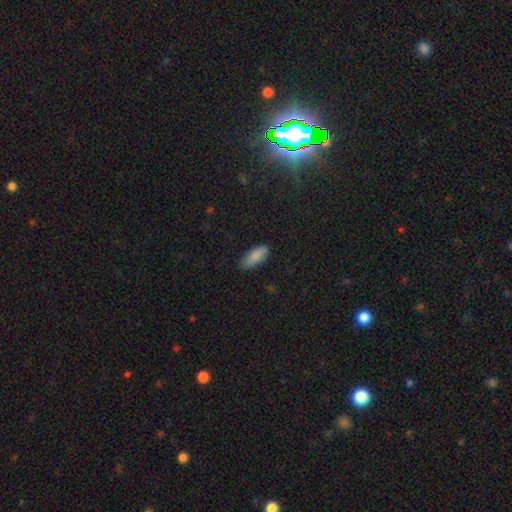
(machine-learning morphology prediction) smooth_or_featured: smooth (p=0.87) [alt: star or artifact p=0.07]
how_rounded: in between (p=0.79) [alt: cigar-shaped p=0.19]
merging: none (p=0.80) [alt: minor disturbance p=0.16]